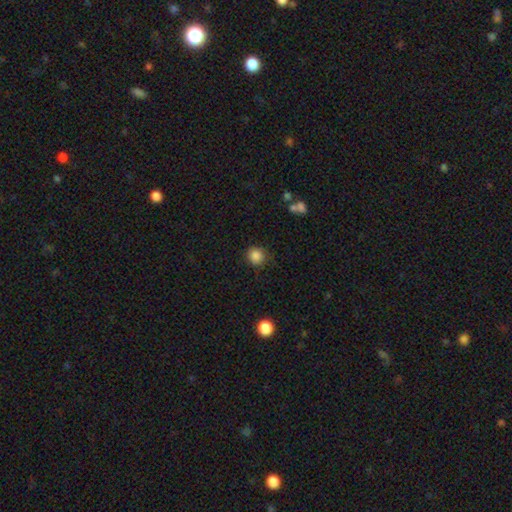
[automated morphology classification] Smooth or featured?
  - smooth: 86% *
  - star or artifact: 11%
  - featured or disk: 4%
How rounded?
  - round: 91% *
  - in between: 8%
  - cigar-shaped: 1%
Merging?
  - none: 84% *
  - minor disturbance: 12%
  - major disturbance: 3%
  - merger: 2%